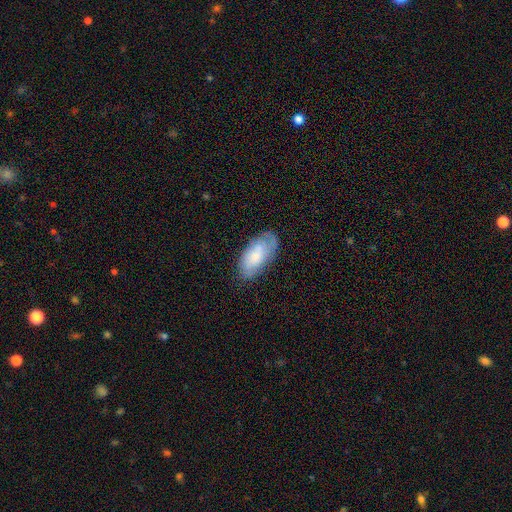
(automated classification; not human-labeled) A smooth galaxy with no disk features (63%) that is in between round and cigar-shaped (92%). Merging: none (68%).